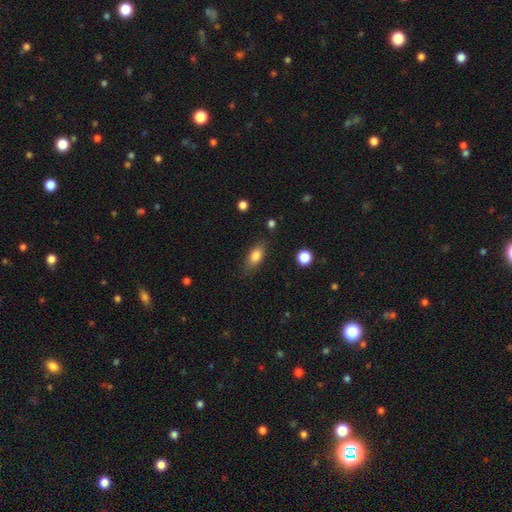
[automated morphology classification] Smooth or featured?
  - smooth: 81% *
  - featured or disk: 11%
  - star or artifact: 8%
How rounded?
  - in between: 83% *
  - cigar-shaped: 11%
  - round: 6%
Merging?
  - none: 79% *
  - minor disturbance: 15%
  - major disturbance: 4%
  - merger: 2%